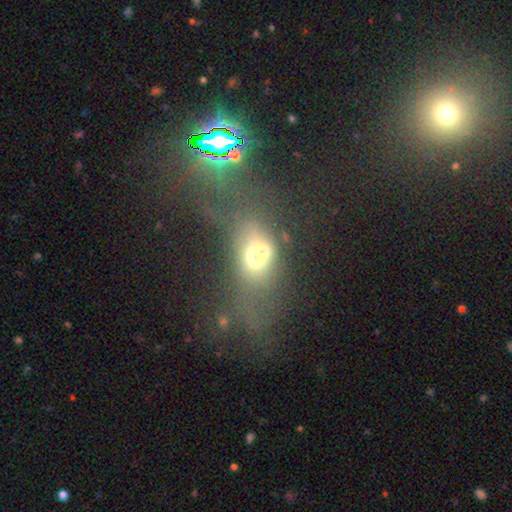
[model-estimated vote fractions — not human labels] Q: Smooth or featured?
A: smooth (45%); runner-up: featured or disk (33%)
Q: Merging?
A: merger (57%); runner-up: none (17%)